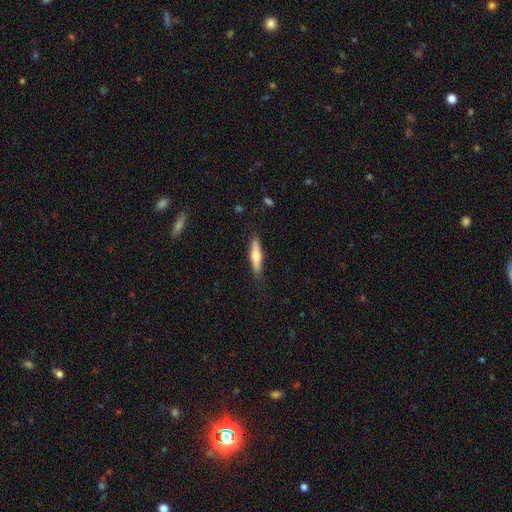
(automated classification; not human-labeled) Smooth or featured? Predicted: smooth (p=0.58). How rounded? Predicted: cigar-shaped (p=0.83). Merging? Predicted: none (p=0.84).